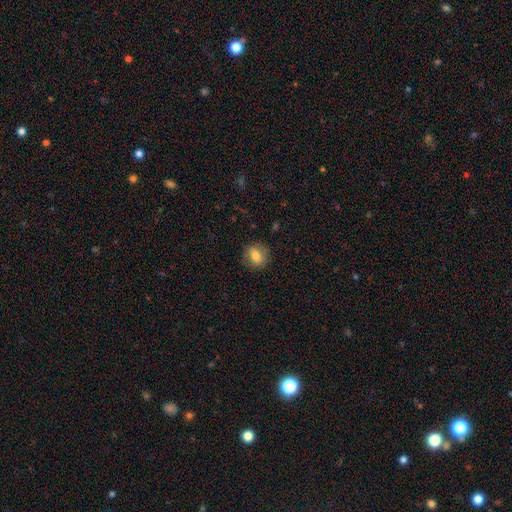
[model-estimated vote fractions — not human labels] smooth 75%, featured or disk 16%, star or artifact 9%. Down the decision tree: how rounded — round (73%); merging — none (85%).